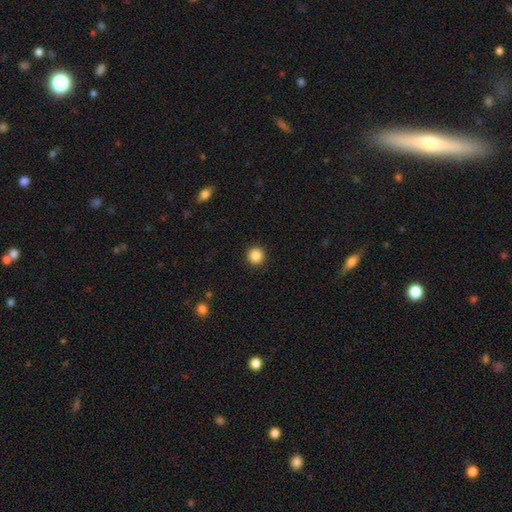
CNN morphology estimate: This appears to be a smooth galaxy with no disk features (87%) that is round (95%). Merging: none (93%).